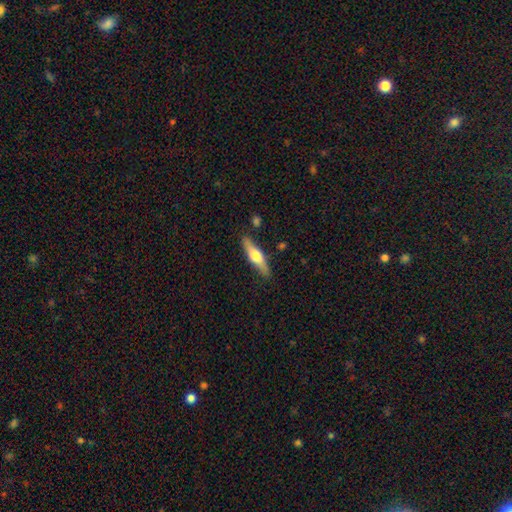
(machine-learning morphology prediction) Smooth or featured: featured or disk — 52% (smooth — 43%)
Edge-on disk: yes — 93% (no — 7%)
Merging: none — 84% (minor disturbance — 11%)